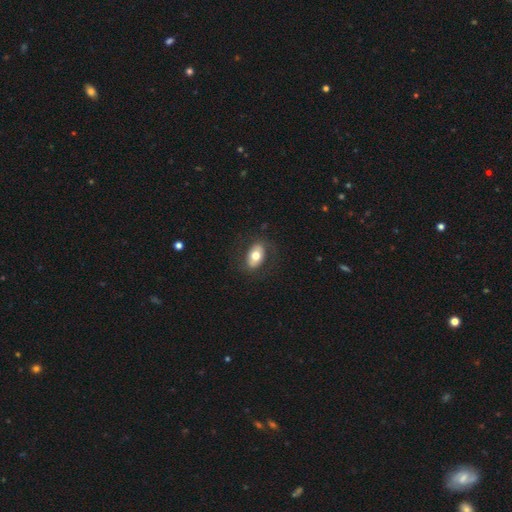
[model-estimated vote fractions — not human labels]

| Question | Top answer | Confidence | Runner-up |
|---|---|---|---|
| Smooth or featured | smooth | 67% | featured or disk (26%) |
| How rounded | in between | 89% | round (8%) |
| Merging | none | 81% | minor disturbance (12%) |